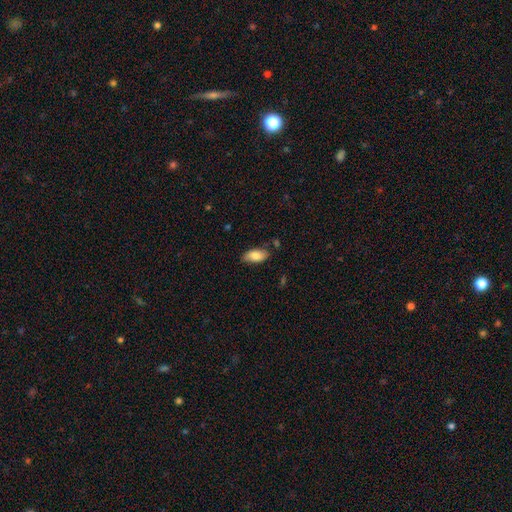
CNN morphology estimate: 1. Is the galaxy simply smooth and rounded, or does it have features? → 79% smooth, 14% featured or disk, 7% star or artifact.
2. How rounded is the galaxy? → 92% in between, 5% cigar-shaped, 3% round.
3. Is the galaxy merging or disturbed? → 75% none, 19% minor disturbance, 4% major disturbance, 3% merger.